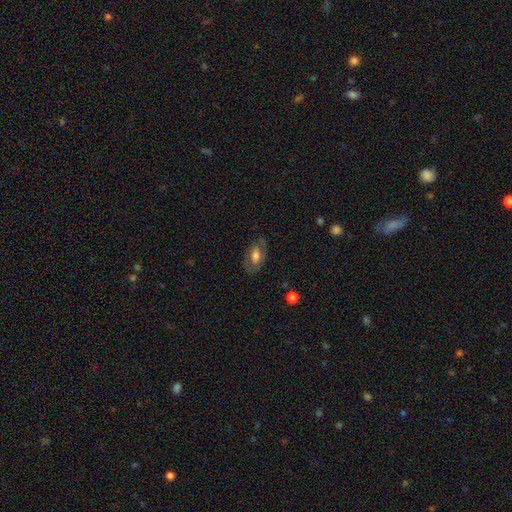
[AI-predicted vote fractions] Overall: smooth (51%; featured or disk 41%). How rounded: in between (89%). Merging: none (72%).